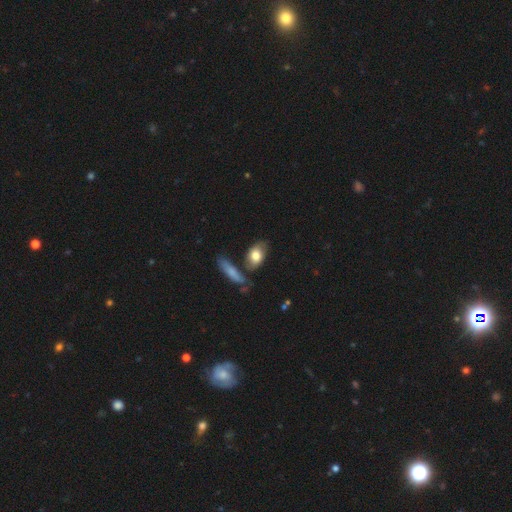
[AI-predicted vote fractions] This appears to be a smooth galaxy with no disk features (73%) that is in between round and cigar-shaped (85%). Merging: none (61%).